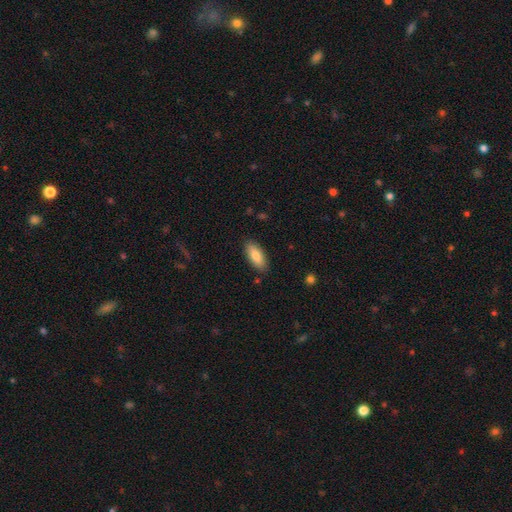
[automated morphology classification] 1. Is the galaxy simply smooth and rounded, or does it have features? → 83% smooth, 11% featured or disk, 6% star or artifact.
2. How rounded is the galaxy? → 83% in between, 15% cigar-shaped, 2% round.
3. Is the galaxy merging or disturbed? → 87% none, 10% minor disturbance, 2% major disturbance, 1% merger.